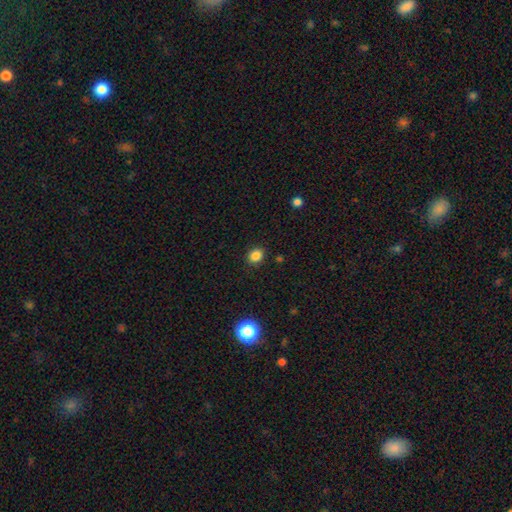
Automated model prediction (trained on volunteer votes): The model was most divided on "how rounded": round: 71%, in between: 28%, cigar-shaped: 1%. More confident: merging — none (89%); smooth or featured — smooth (84%).